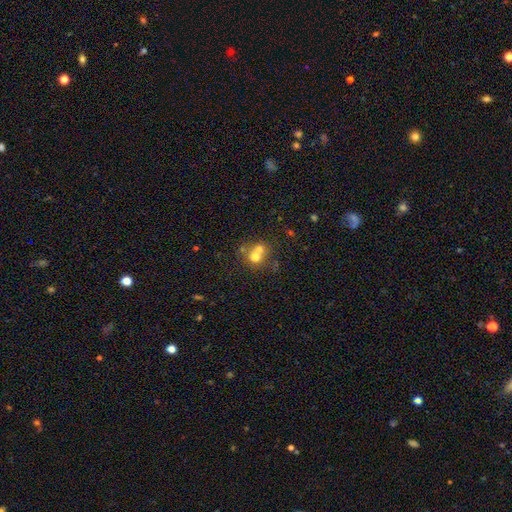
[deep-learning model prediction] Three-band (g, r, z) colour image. It shows a smooth galaxy with no disk features (63%) that is round (76%). Merging: merger (60%).